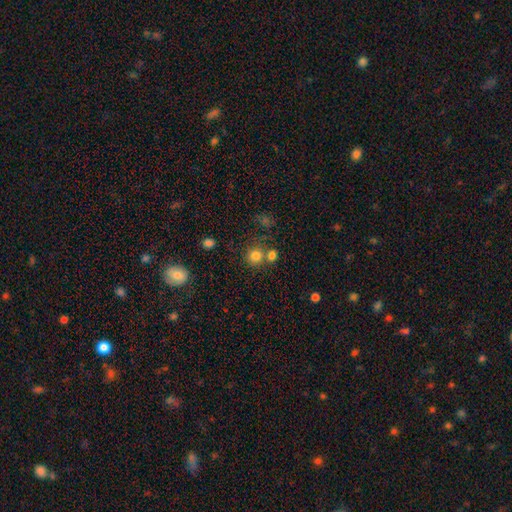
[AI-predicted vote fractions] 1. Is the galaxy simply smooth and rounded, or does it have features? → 79% smooth, 14% star or artifact, 8% featured or disk.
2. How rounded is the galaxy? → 87% round, 12% in between, 1% cigar-shaped.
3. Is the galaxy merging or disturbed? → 59% none, 29% merger, 9% minor disturbance, 4% major disturbance.